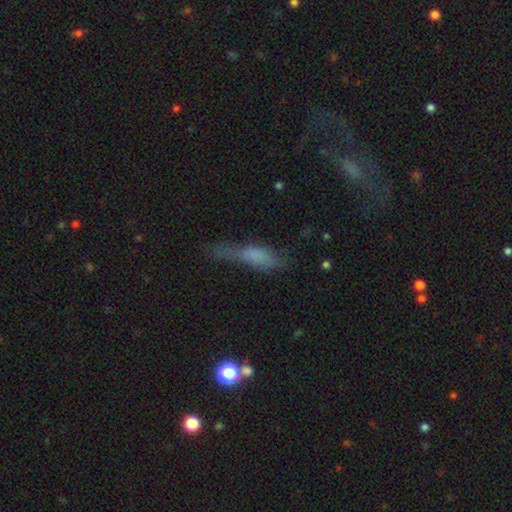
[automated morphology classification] Smooth or featured? Predicted: smooth (p=0.63). How rounded? Predicted: cigar-shaped (p=0.57). Merging? Predicted: none (p=0.33).